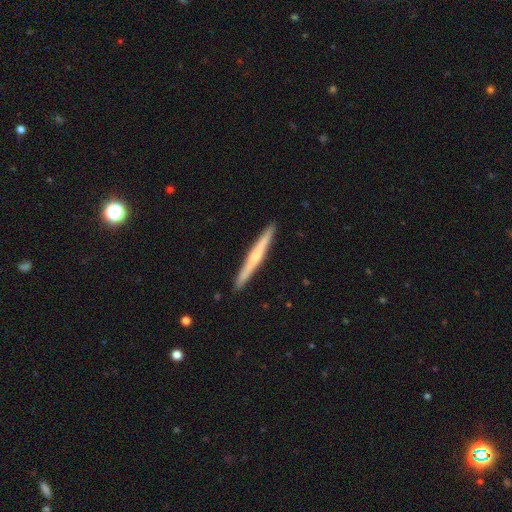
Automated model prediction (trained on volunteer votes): This appears to be a featured or disk galaxy (60%) viewed edge-on (98%) with a rounded central bulge (57%). Merging: none (92%).